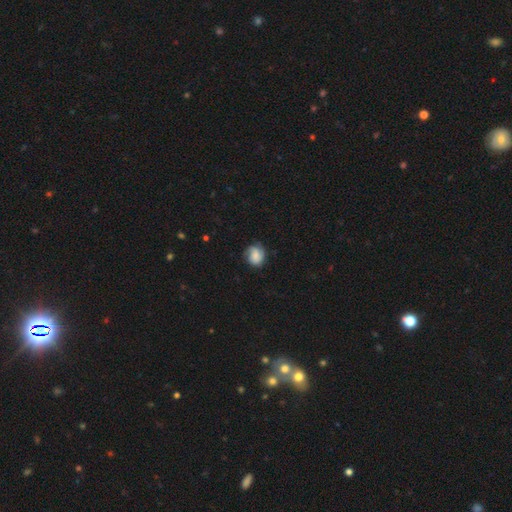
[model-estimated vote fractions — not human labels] Q: Smooth or featured?
A: smooth (58%); runner-up: featured or disk (33%)
Q: How rounded?
A: round (70%); runner-up: in between (29%)
Q: Merging?
A: none (69%); runner-up: minor disturbance (21%)